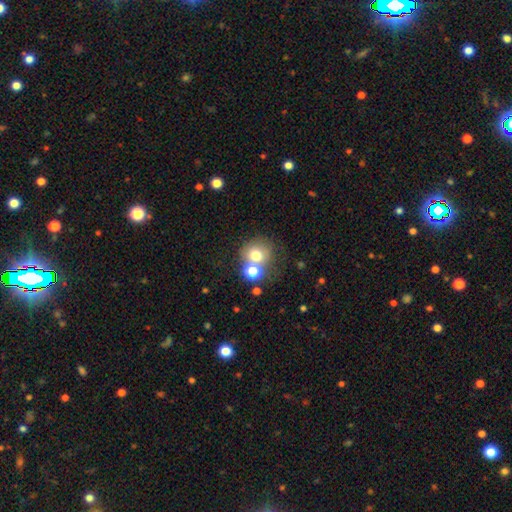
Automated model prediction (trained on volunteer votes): Q: Smooth or featured?
A: smooth (72%); runner-up: star or artifact (15%)
Q: How rounded?
A: round (84%); runner-up: in between (15%)
Q: Merging?
A: none (54%); runner-up: merger (31%)